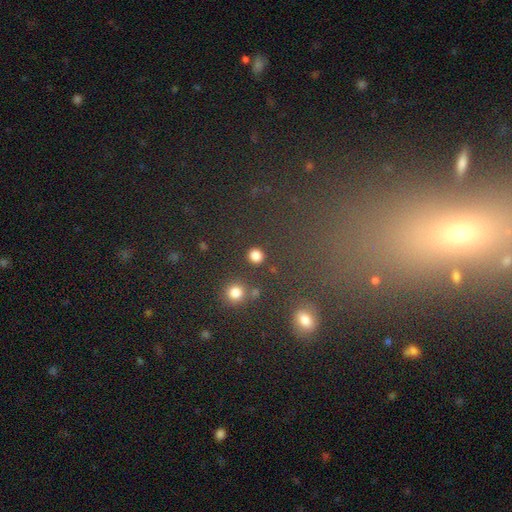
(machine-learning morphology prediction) type=smooth (83%); roundness=round (86%); merging=none (88%).